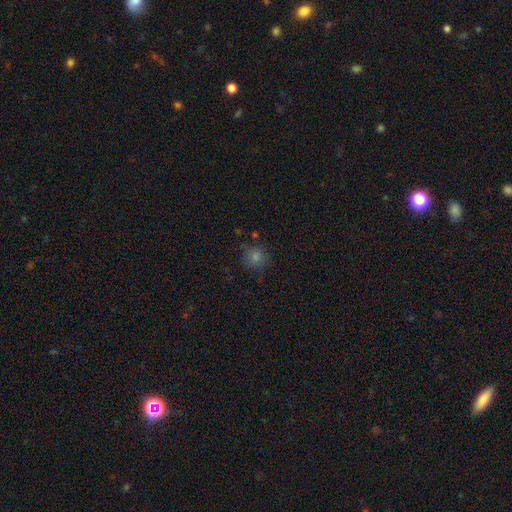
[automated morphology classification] type=smooth (71%); roundness=round (92%); merging=none (84%).